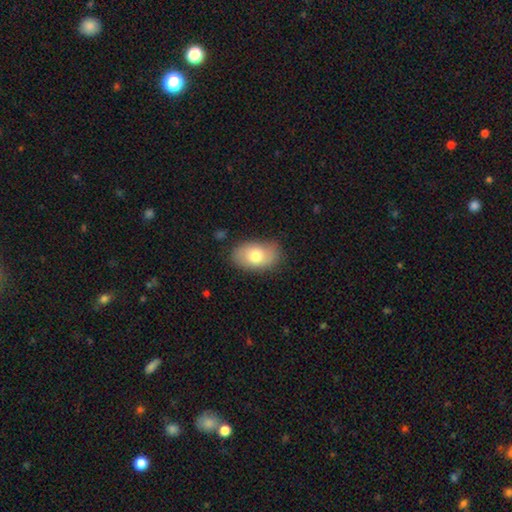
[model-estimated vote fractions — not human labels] smooth_or_featured: smooth (p=0.74) [alt: featured or disk p=0.19]
how_rounded: in between (p=0.91) [alt: round p=0.08]
merging: none (p=0.80) [alt: minor disturbance p=0.15]